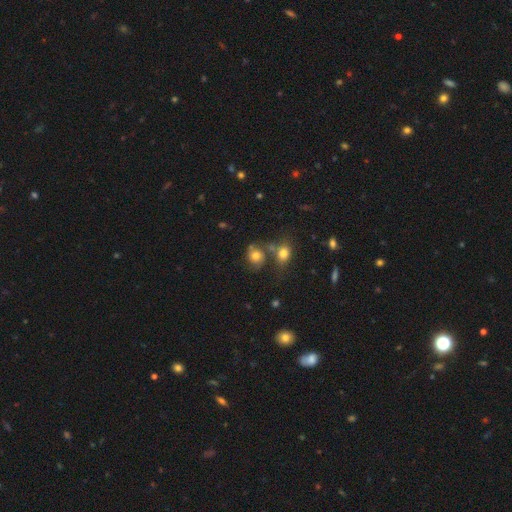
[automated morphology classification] This appears to be a smooth galaxy with no disk features (53%) that is round (70%). Merging: none (51%).